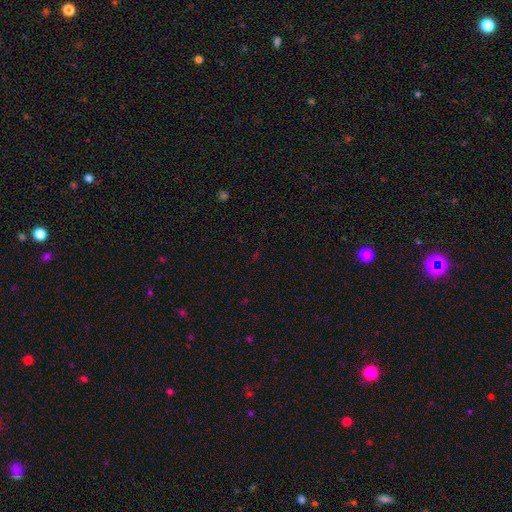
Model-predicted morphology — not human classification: Smooth or featured? star or artifact (70%)